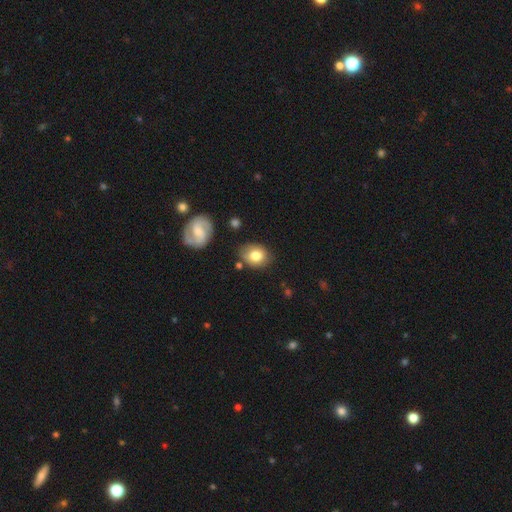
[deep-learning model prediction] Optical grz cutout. It shows a smooth galaxy with no disk features (77%) that is in between round and cigar-shaped (53%). Merging: none (70%).